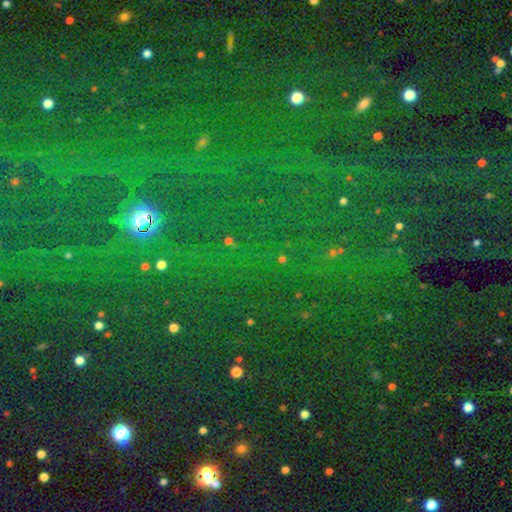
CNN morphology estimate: Smooth or featured?
  - star or artifact: 80% *
  - smooth: 13%
  - featured or disk: 7%